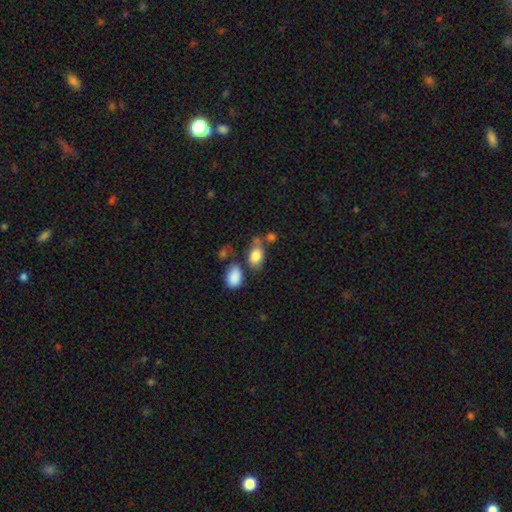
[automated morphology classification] A smooth galaxy with no disk features (82%) that is in between round and cigar-shaped (84%).

Vote fractions:
- Smooth or featured? smooth: 82% / featured or disk: 9% / star or artifact: 8%
- How rounded? in between: 84% / round: 14% / cigar-shaped: 2%
- Merging? none: 51% / merger: 21% / minor disturbance: 20% / major disturbance: 9%